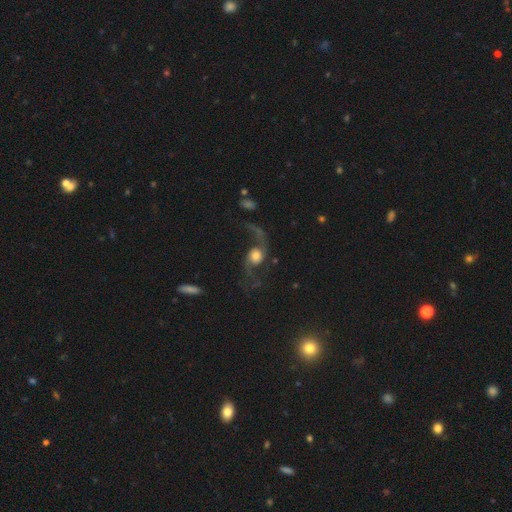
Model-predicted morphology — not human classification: featured or disk 80%, smooth 13%, star or artifact 7%. Down the decision tree: edge-on disk — no (95%); bar — no (68%); spiral arms — yes (94%); spiral arm count — 2 (90%); spiral winding — loose (86%); bulge size — large (39%); merging — none (54%).